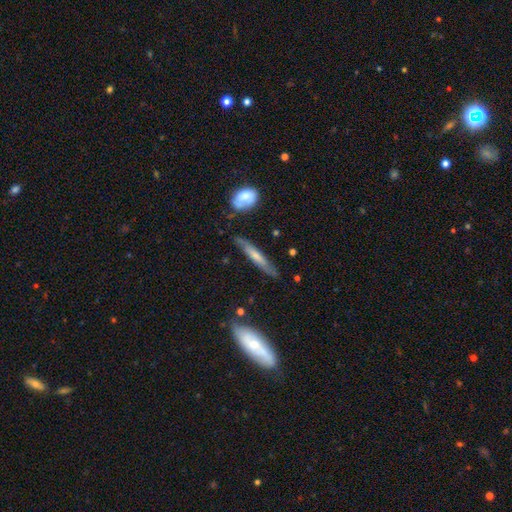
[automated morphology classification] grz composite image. It shows a smooth galaxy with no disk features (51%) that is cigar-shaped (91%). Merging: none (77%).